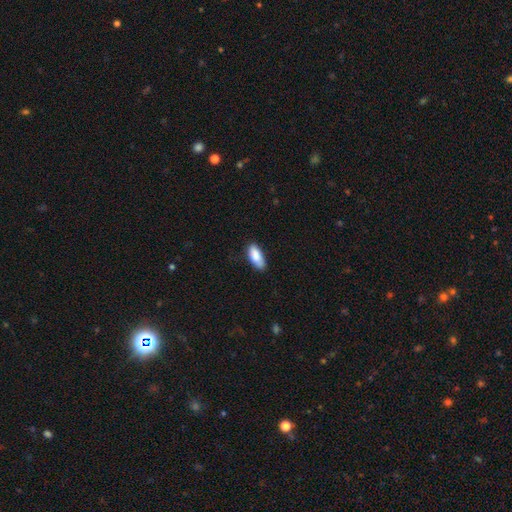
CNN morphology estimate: smooth 86%, featured or disk 8%, star or artifact 6%. Down the decision tree: how rounded — in between (83%); merging — none (76%).